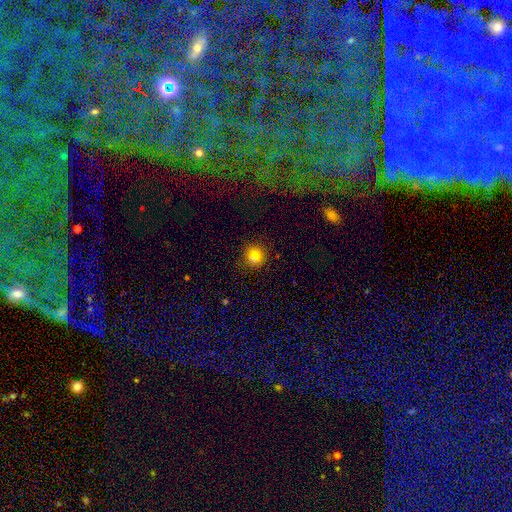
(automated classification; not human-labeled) The model was most divided on "merging": none: 70%, merger: 13%, minor disturbance: 13%, major disturbance: 4%. More confident: how rounded — round (86%); smooth or featured — smooth (76%).